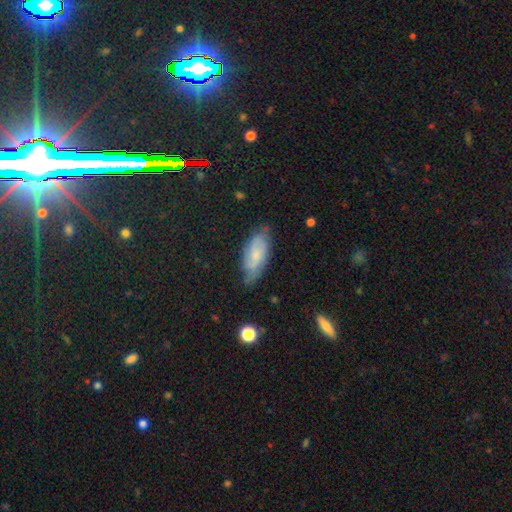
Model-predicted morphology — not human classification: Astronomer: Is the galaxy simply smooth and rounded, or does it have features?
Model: smooth — 48% (runner-up: featured or disk, 43%).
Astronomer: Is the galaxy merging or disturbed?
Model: none — 62%.